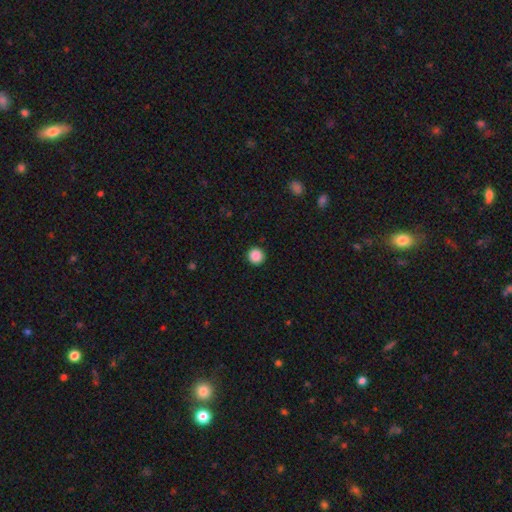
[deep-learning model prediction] Q: Smooth or featured?
A: smooth (88%); runner-up: star or artifact (10%)
Q: How rounded?
A: round (96%); runner-up: in between (3%)
Q: Merging?
A: none (93%); runner-up: minor disturbance (4%)